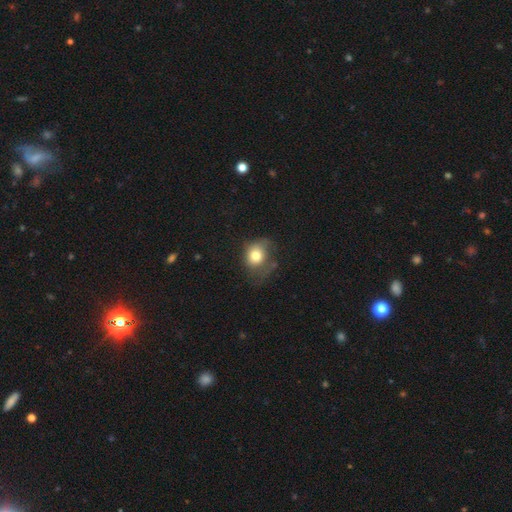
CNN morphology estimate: smooth_or_featured: smooth (p=0.75) [alt: featured or disk p=0.15]
how_rounded: round (p=0.58) [alt: in between p=0.41]
merging: none (p=0.38) [alt: minor disturbance p=0.32]